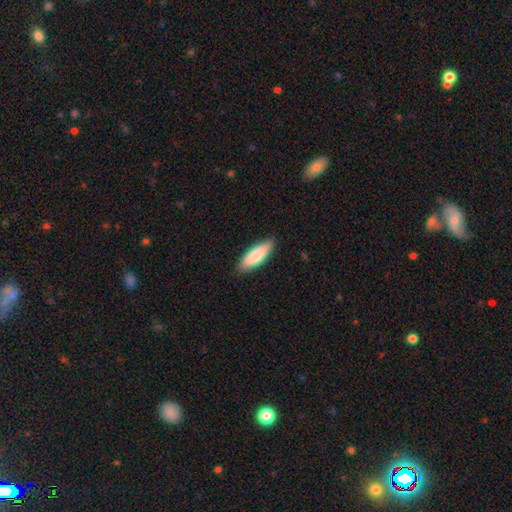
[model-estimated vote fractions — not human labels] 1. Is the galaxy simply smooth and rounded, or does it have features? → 85% smooth, 10% featured or disk, 5% star or artifact.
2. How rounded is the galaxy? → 61% in between, 38% cigar-shaped, 2% round.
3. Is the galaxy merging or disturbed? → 87% none, 10% minor disturbance, 2% major disturbance, 1% merger.